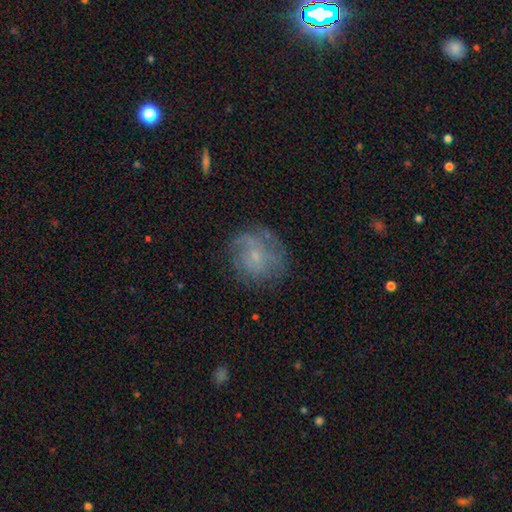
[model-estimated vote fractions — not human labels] Smooth or featured?
  - featured or disk: 52% *
  - smooth: 37%
  - star or artifact: 11%
Edge-on disk?
  - no: 97% *
  - yes: 3%
Bar?
  - no: 75% *
  - weak: 22%
  - strong: 3%
Spiral arms?
  - yes: 70% *
  - no: 30%
Bulge size?
  - small: 73% *
  - moderate: 15%
  - none: 10%
  - large: 1%
  - dominant: 1%
Merging?
  - none: 67% *
  - minor disturbance: 19%
  - major disturbance: 12%
  - merger: 2%